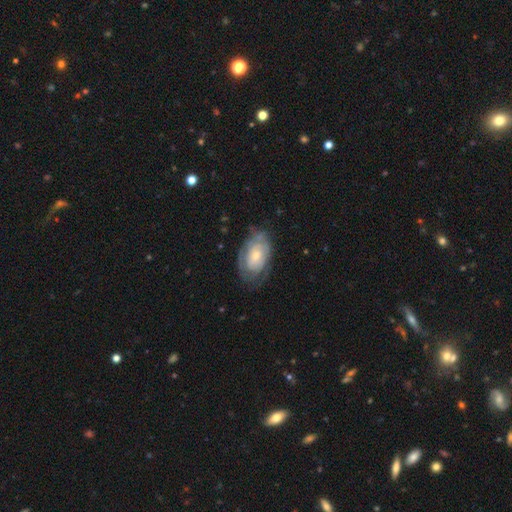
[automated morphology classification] featured or disk 58%, smooth 36%, star or artifact 6%. Down the decision tree: edge-on disk — no (94%); bar — no (81%); spiral arms — yes (62%); bulge size — small (56%); merging — none (60%).